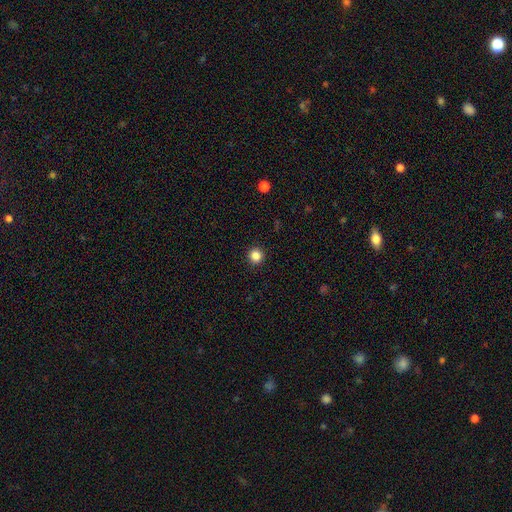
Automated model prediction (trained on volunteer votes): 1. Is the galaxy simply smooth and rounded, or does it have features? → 86% smooth, 11% star or artifact, 3% featured or disk.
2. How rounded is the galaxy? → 95% round, 5% in between, 1% cigar-shaped.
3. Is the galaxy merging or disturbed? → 93% none, 4% minor disturbance, 2% major disturbance, 1% merger.